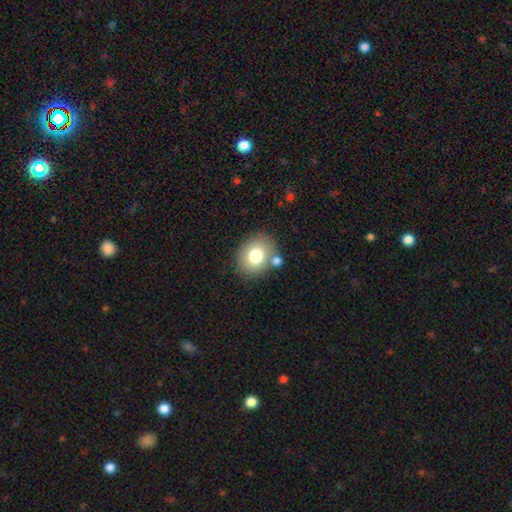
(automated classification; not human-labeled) Q: Smooth or featured?
A: smooth (77%); runner-up: featured or disk (13%)
Q: How rounded?
A: round (59%); runner-up: in between (41%)
Q: Merging?
A: none (73%); runner-up: merger (12%)